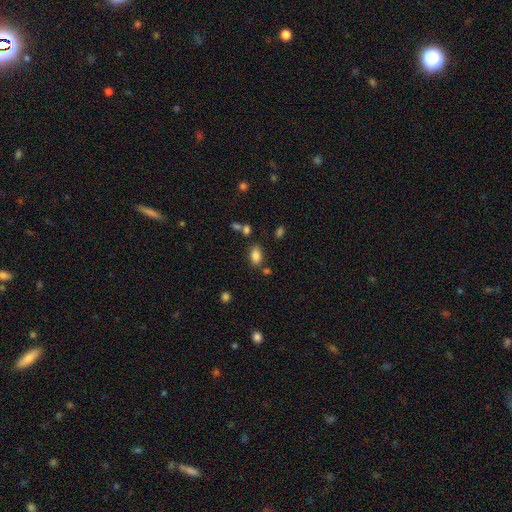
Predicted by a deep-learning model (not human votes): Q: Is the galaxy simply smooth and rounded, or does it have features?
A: smooth — 84%.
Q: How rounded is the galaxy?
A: in between — 87%.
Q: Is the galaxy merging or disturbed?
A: none — 74%.